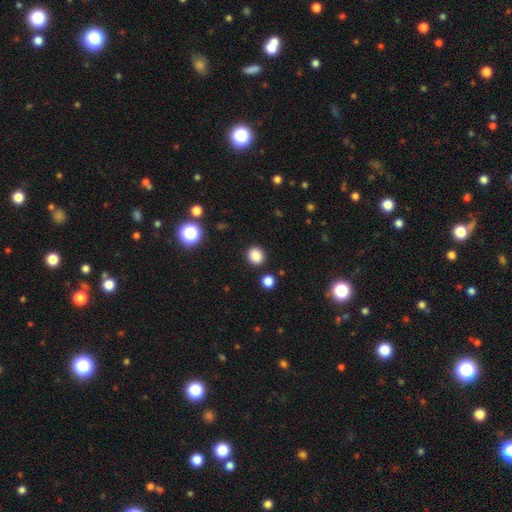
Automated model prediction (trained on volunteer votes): Smooth or featured: smooth — 85% (star or artifact — 11%)
How rounded: round — 79% (in between — 20%)
Merging: none — 88% (minor disturbance — 7%)